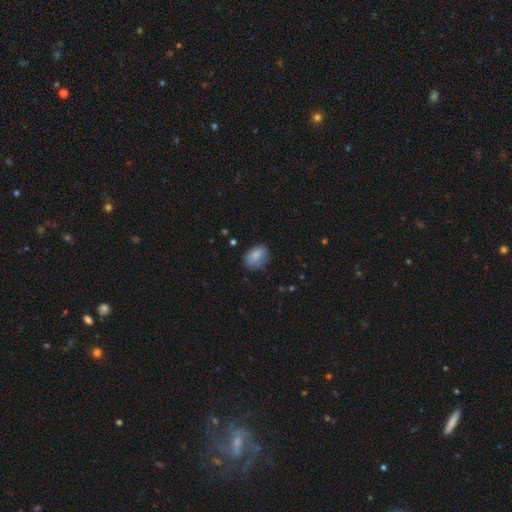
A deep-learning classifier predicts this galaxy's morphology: Q: Smooth or featured?
A: smooth (82%); runner-up: featured or disk (10%)
Q: How rounded?
A: in between (75%); runner-up: round (24%)
Q: Merging?
A: none (68%); runner-up: minor disturbance (24%)